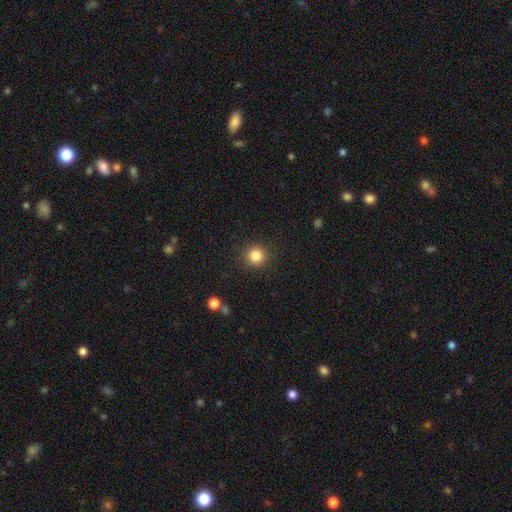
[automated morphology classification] Smooth or featured: smooth — 84% (star or artifact — 11%)
How rounded: round — 92% (in between — 7%)
Merging: none — 90% (minor disturbance — 6%)